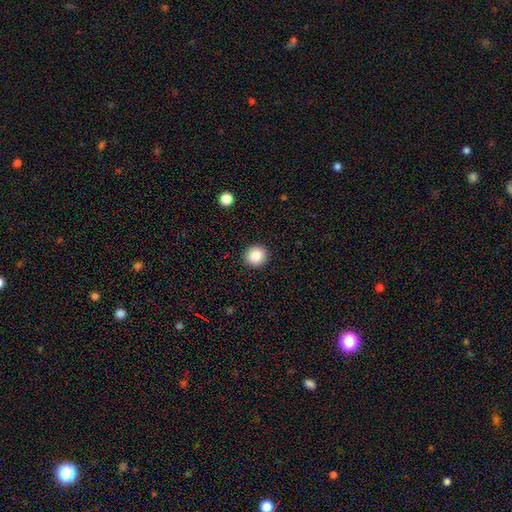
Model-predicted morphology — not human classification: This appears to be a smooth galaxy with no disk features (87%) that is round (91%). Merging: none (92%).